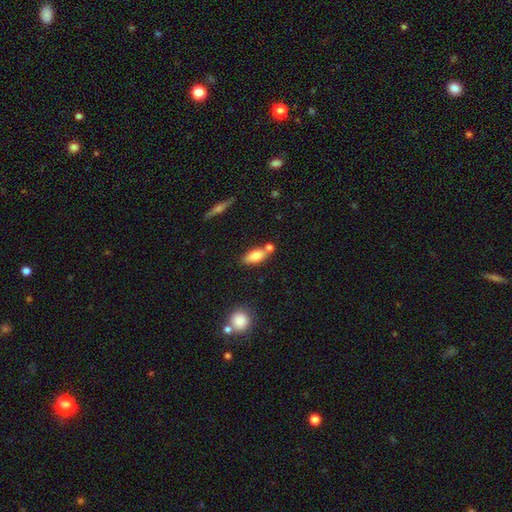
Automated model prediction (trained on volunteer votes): A smooth galaxy with no disk features (74%) that is in between round and cigar-shaped (83%). Merging: none (62%).